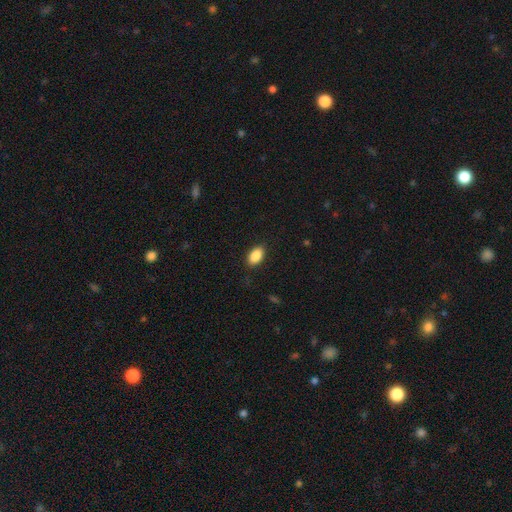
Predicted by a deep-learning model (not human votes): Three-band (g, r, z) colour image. It shows a smooth galaxy with no disk features (89%) that is in between round and cigar-shaped (92%). Merging: none (87%).